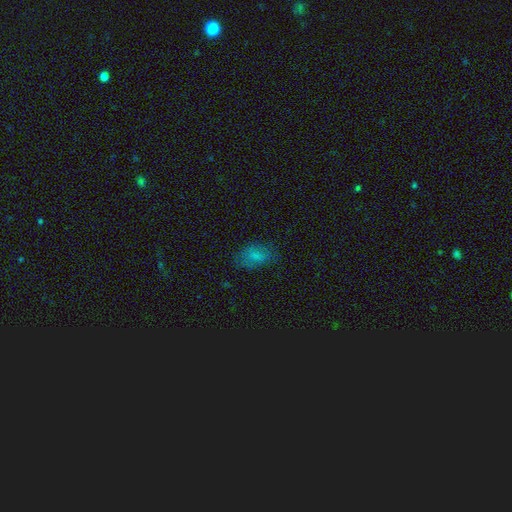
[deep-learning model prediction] smooth-or-featured: smooth: 66% | star or artifact: 20% | featured or disk: 14%
  how-rounded: in between: 88% | round: 9% | cigar-shaped: 3%
  merging: none: 70% | minor disturbance: 20% | major disturbance: 8% | merger: 2%